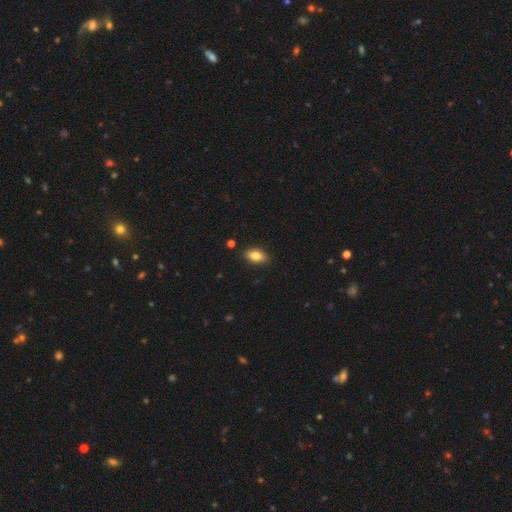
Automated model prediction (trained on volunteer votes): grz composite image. It shows a smooth galaxy with no disk features (83%) that is in between round and cigar-shaped (90%). Merging: none (87%).